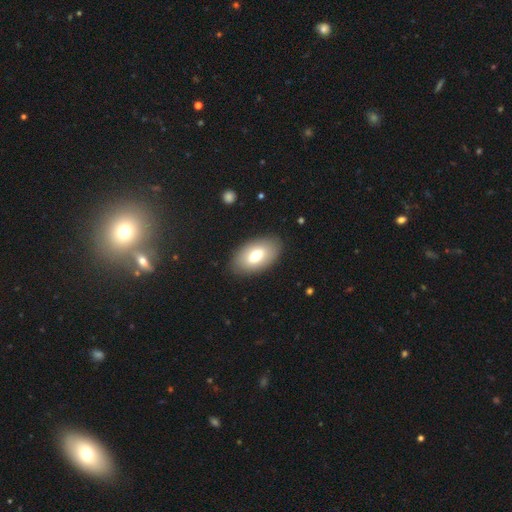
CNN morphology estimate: Q: Smooth or featured?
A: smooth (69%); runner-up: featured or disk (24%)
Q: How rounded?
A: in between (93%); runner-up: round (5%)
Q: Merging?
A: none (87%); runner-up: minor disturbance (9%)